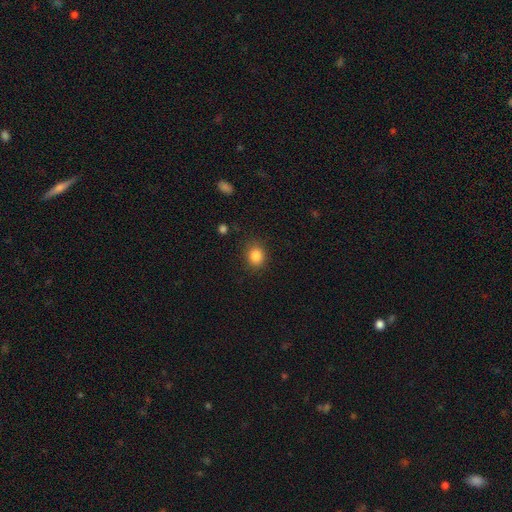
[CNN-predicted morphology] The model was most divided on "how rounded": round: 68%, in between: 31%, cigar-shaped: 1%. More confident: smooth or featured — smooth (86%); merging — none (85%).